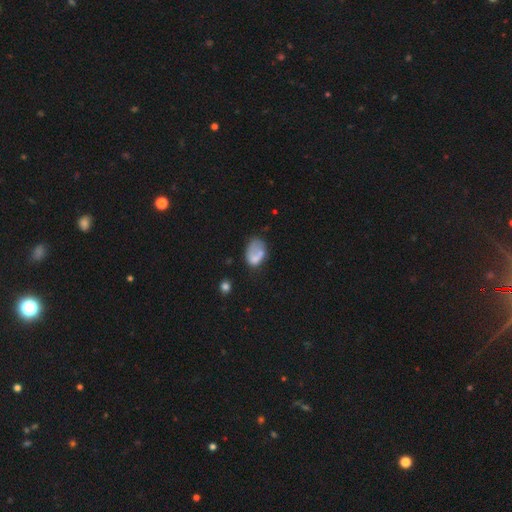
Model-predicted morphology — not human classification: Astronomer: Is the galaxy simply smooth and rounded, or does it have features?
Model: smooth — 62%.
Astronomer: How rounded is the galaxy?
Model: in between — 80%.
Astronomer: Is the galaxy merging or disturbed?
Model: none — 32% (runner-up: major disturbance, 27%).